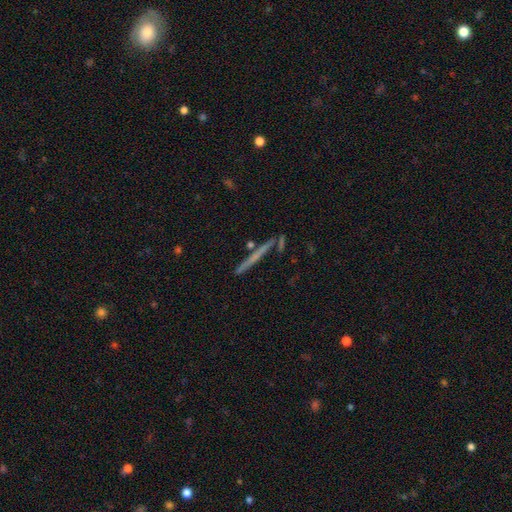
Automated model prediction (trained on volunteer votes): smooth_or_featured: featured or disk (p=0.55) [alt: smooth p=0.36]
disk_edge_on: yes (p=0.96) [alt: no p=0.04]
edge_on_bulge: none (p=0.79) [alt: rounded p=0.16]
merging: none (p=0.84) [alt: minor disturbance p=0.09]